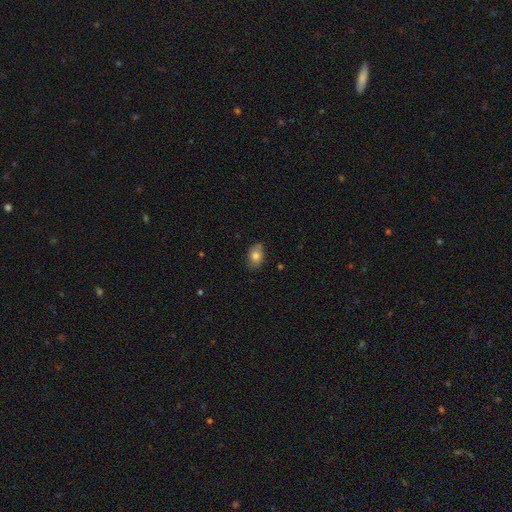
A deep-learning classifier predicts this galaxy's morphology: Smooth or featured? Predicted: smooth (p=0.79). How rounded? Predicted: in between (p=0.83). Merging? Predicted: none (p=0.73).